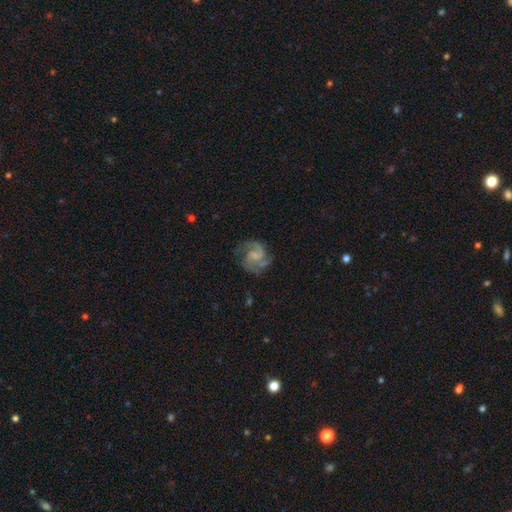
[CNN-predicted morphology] Smooth or featured?
  - featured or disk: 84% *
  - smooth: 9%
  - star or artifact: 6%
Edge-on disk?
  - no: 98% *
  - yes: 2%
Bar?
  - no: 52% *
  - weak: 40%
  - strong: 8%
Spiral arms?
  - yes: 96% *
  - no: 4%
Spiral winding?
  - medium: 54% *
  - tight: 28%
  - loose: 18%
Spiral arm count?
  - 2: 40% *
  - 3: 36%
  - can't tell: 10%
  - 4: 5%
  - 1: 4%
  - more than 4: 4%
Bulge size?
  - none: 41% *
  - small: 35%
  - moderate: 19%
  - large: 4%
  - dominant: 1%
Merging?
  - none: 67% *
  - minor disturbance: 18%
  - major disturbance: 13%
  - merger: 2%